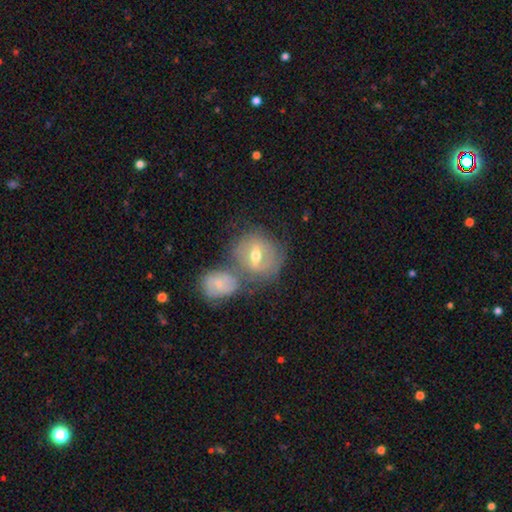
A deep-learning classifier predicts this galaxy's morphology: Smooth or featured?
  - featured or disk: 56% *
  - smooth: 37%
  - star or artifact: 8%
Edge-on disk?
  - no: 92% *
  - yes: 8%
Bar?
  - weak: 45% *
  - strong: 32%
  - no: 24%
Spiral arms?
  - no: 55% *
  - yes: 45%
Bulge size?
  - moderate: 73% *
  - small: 21%
  - large: 5%
  - none: 1%
  - dominant: 1%
Merging?
  - none: 46% *
  - merger: 35%
  - minor disturbance: 13%
  - major disturbance: 6%